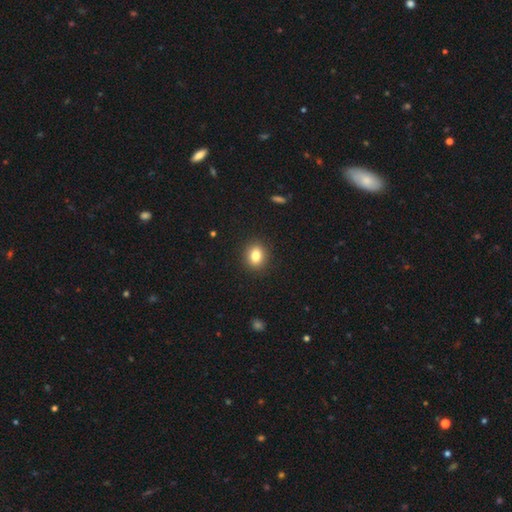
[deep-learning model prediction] Q: Smooth or featured?
A: smooth (82%); runner-up: star or artifact (10%)
Q: How rounded?
A: round (60%); runner-up: in between (39%)
Q: Merging?
A: none (90%); runner-up: minor disturbance (7%)